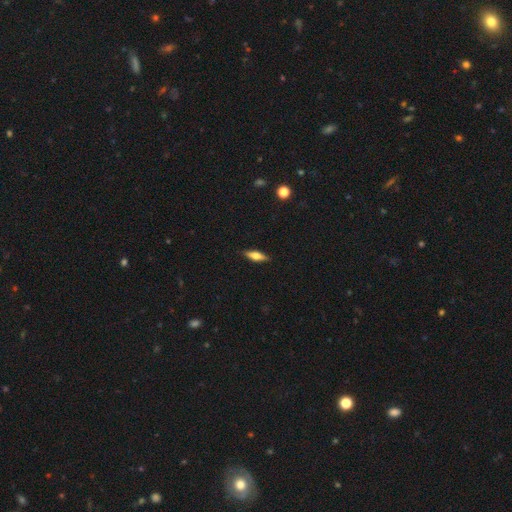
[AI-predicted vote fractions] Smooth or featured? smooth (57%)
How rounded? cigar-shaped (51%)
Merging? none (88%)